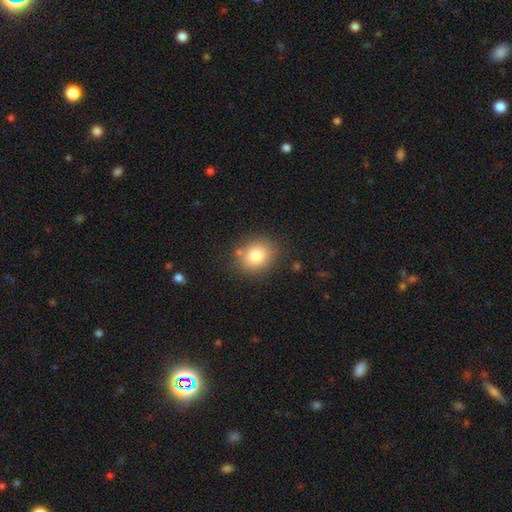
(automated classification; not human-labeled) Morphology: type=smooth (79%); roundness=round (67%); merging=none (81%).